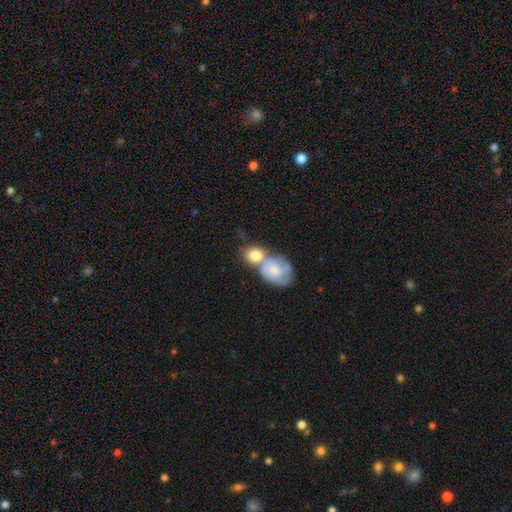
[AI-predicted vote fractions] Q: Smooth or featured?
A: smooth (71%); runner-up: featured or disk (23%)
Q: How rounded?
A: round (52%); runner-up: in between (46%)
Q: Merging?
A: merger (57%); runner-up: none (27%)